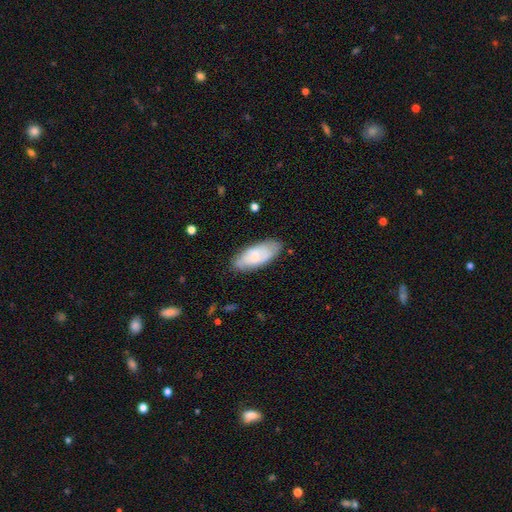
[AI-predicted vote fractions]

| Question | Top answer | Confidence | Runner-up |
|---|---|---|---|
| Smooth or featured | smooth | 58% | featured or disk (35%) |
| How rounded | in between | 83% | cigar-shaped (15%) |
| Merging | none | 76% | minor disturbance (18%) |